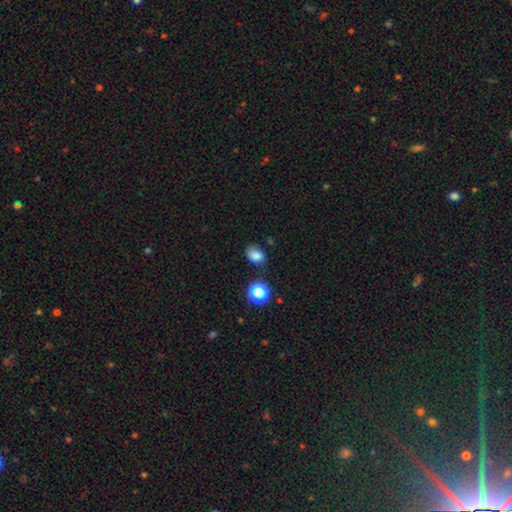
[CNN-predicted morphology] Smooth or featured? Predicted: smooth (p=0.81). How rounded? Predicted: in between (p=0.70). Merging? Predicted: none (p=0.67).